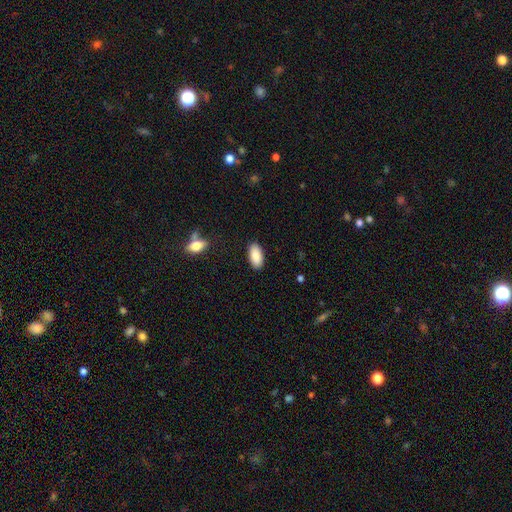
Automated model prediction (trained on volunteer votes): Morphology: type=smooth (88%); roundness=in between (93%); merging=none (89%).